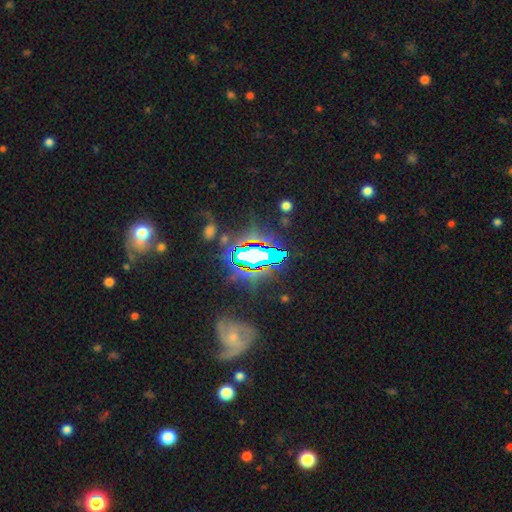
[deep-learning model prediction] Morphology: type=star or artifact (71%).